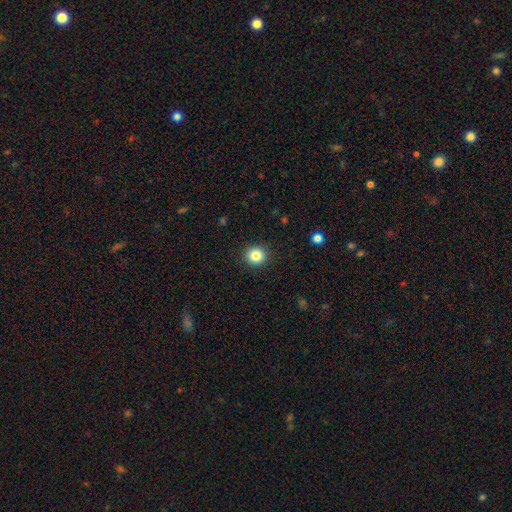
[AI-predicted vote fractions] A smooth galaxy with no disk features (84%) that is round (90%). Merging: none (92%).